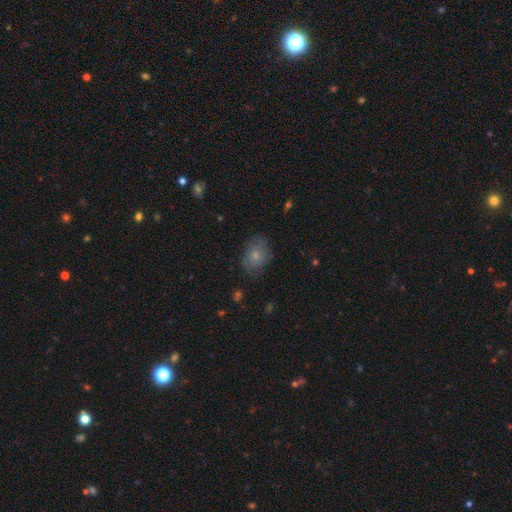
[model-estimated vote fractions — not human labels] Morphology: type=smooth (68%); roundness=in between (69%); merging=none (71%).